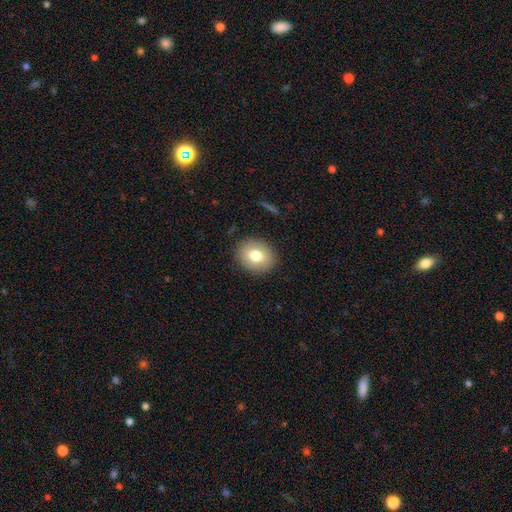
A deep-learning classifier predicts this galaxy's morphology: type=smooth (74%); roundness=round (51%); merging=none (88%).